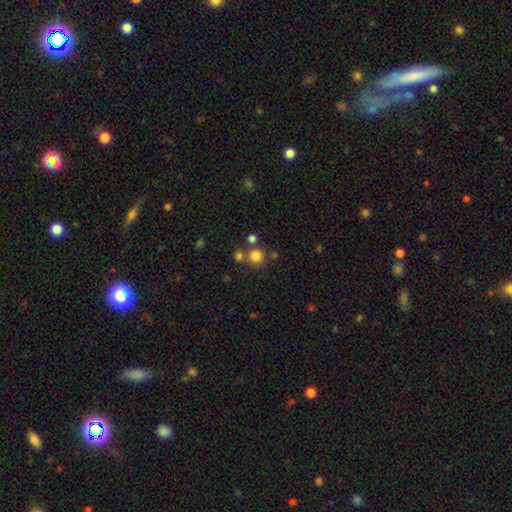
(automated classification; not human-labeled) Smooth or featured: smooth — 79% (star or artifact — 14%)
How rounded: round — 91% (in between — 8%)
Merging: none — 68% (merger — 20%)